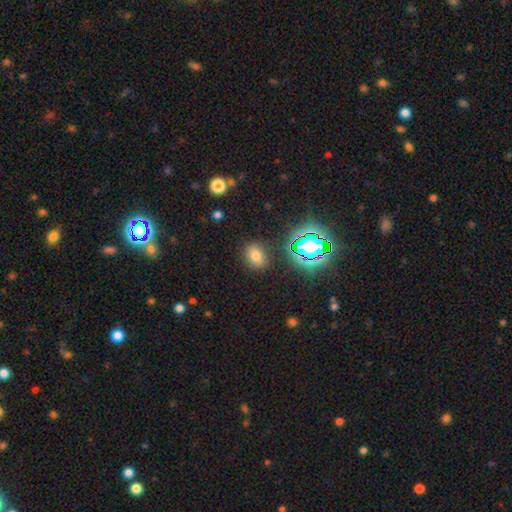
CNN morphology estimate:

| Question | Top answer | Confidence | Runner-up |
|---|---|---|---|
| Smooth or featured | smooth | 70% | star or artifact (21%) |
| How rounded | in between | 55% | round (44%) |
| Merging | none | 85% | minor disturbance (9%) |